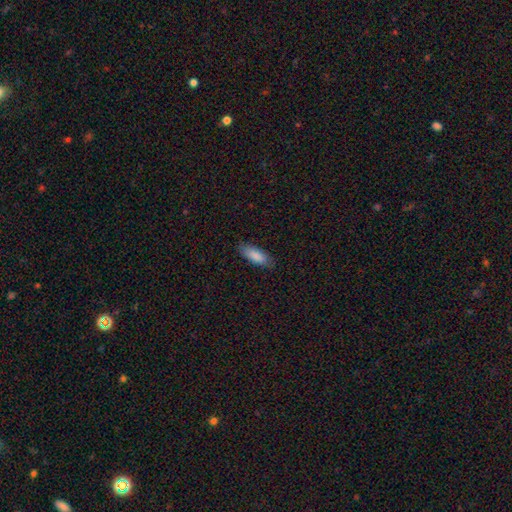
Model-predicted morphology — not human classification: The model was most divided on "how rounded": in between: 69%, cigar-shaped: 30%, round: 2%. More confident: smooth or featured — smooth (87%); merging — none (85%).